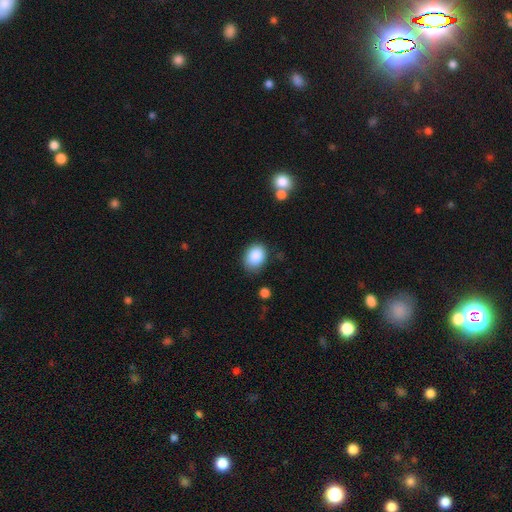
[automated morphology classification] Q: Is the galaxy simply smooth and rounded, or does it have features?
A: smooth — 86%.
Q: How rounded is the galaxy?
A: in between — 62%.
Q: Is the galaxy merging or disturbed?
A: none — 79%.